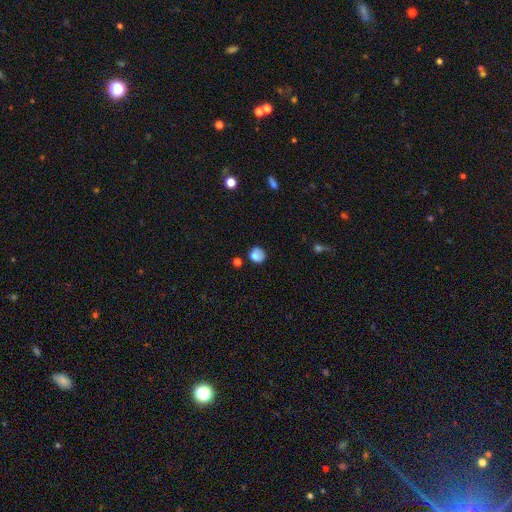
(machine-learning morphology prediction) smooth_or_featured: smooth (p=0.73) [alt: featured or disk p=0.17]
how_rounded: round (p=0.78) [alt: in between p=0.21]
merging: none (p=0.59) [alt: minor disturbance p=0.24]